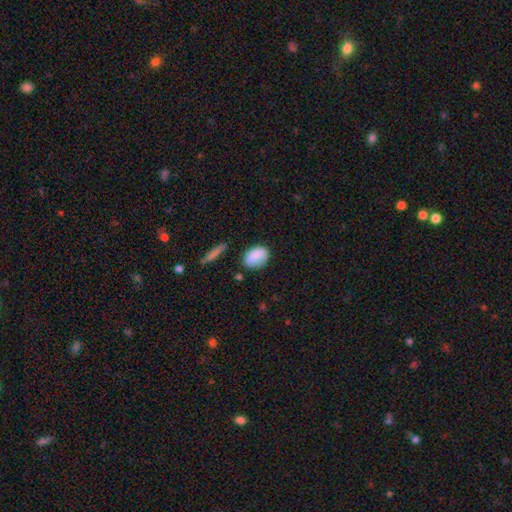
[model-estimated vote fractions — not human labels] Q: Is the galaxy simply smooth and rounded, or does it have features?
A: smooth — 87%.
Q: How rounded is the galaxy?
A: in between — 82%.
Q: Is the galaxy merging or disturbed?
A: none — 71%.